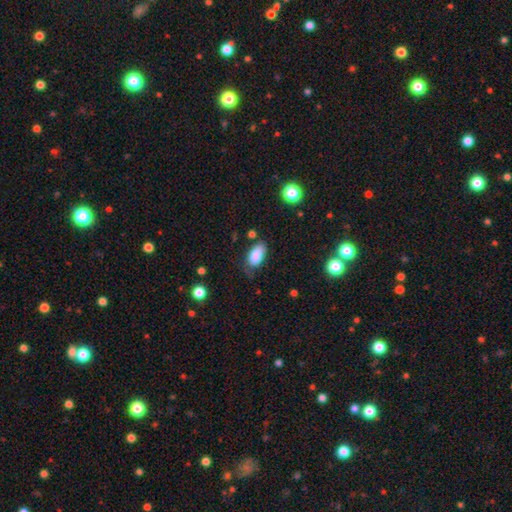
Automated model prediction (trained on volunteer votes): This appears to be a smooth galaxy with no disk features (83%) that is in between round and cigar-shaped (91%). Merging: none (57%).